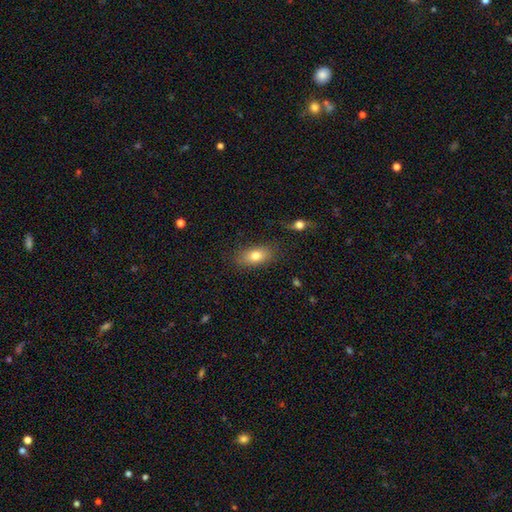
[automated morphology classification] The model was most divided on "smooth or featured": smooth: 77%, featured or disk: 14%, star or artifact: 9%. More confident: how rounded — in between (85%); merging — none (81%).